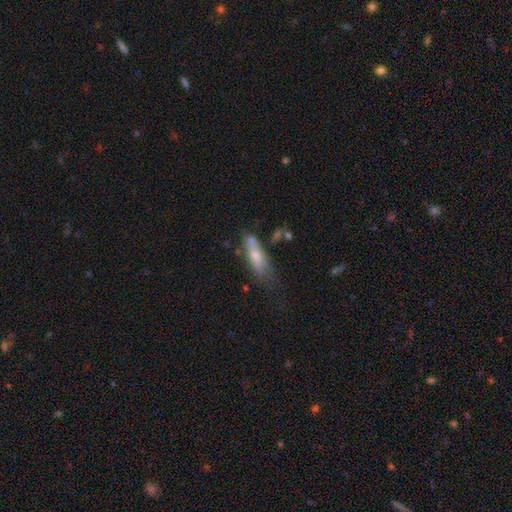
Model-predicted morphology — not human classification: The model was most divided on "how rounded": in between: 53%, cigar-shaped: 44%, round: 3%. Remaining: smooth or featured — smooth (55%); merging — none (44%).